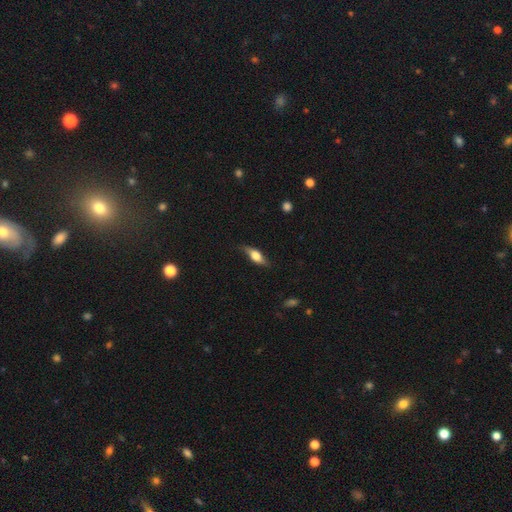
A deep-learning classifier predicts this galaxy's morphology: Smooth or featured? Predicted: smooth (p=0.48). Merging? Predicted: none (p=0.72).